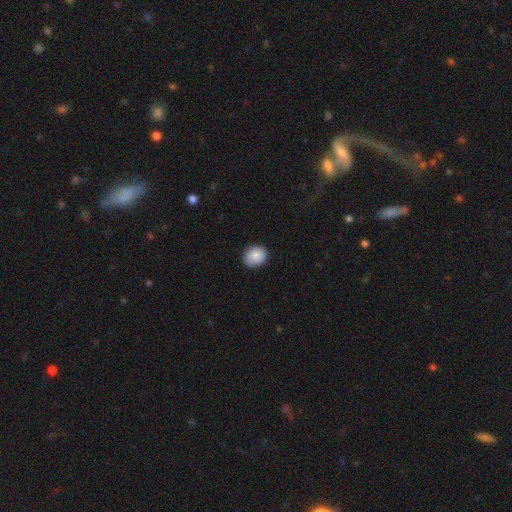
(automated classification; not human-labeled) Smooth or featured?
  - smooth: 88% *
  - star or artifact: 7%
  - featured or disk: 5%
How rounded?
  - round: 64% *
  - in between: 35%
  - cigar-shaped: 1%
Merging?
  - none: 86% *
  - minor disturbance: 11%
  - major disturbance: 2%
  - merger: 1%